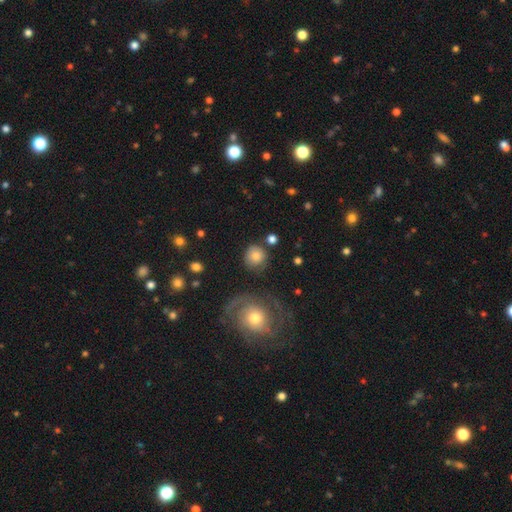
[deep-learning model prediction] Smooth or featured?
  - smooth: 77% *
  - featured or disk: 14%
  - star or artifact: 9%
How rounded?
  - round: 90% *
  - in between: 9%
  - cigar-shaped: 1%
Merging?
  - none: 79% *
  - minor disturbance: 11%
  - major disturbance: 5%
  - merger: 5%